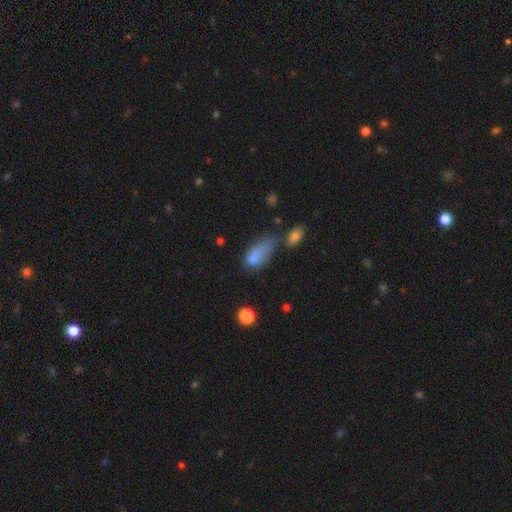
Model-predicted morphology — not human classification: This is likely a smooth galaxy (73%). How rounded: clearly in between (81%). Merging: marginally major disturbance (34%).